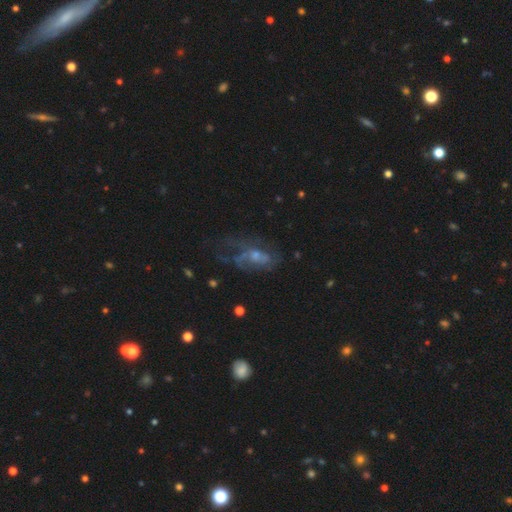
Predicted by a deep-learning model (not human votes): A featured or disk galaxy (65%) with no bar (69%), spiral arms (67%) and a small central bulge (51%). Merging: none (43%).